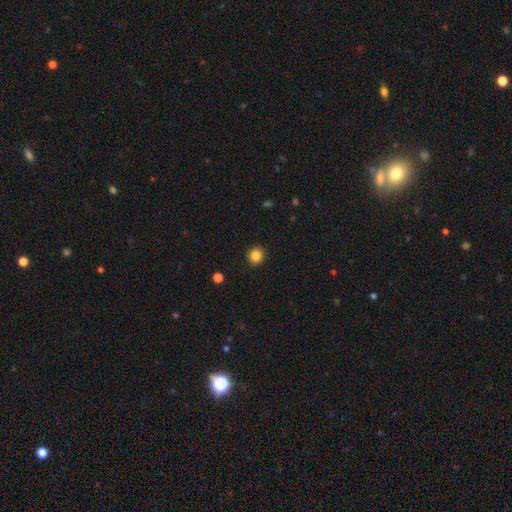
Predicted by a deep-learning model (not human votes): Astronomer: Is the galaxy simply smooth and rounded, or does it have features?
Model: smooth — 85%.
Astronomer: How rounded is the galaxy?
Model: round — 94%.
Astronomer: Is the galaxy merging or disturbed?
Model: none — 92%.